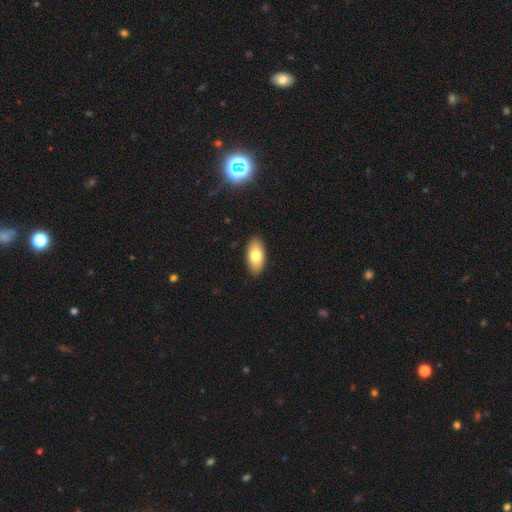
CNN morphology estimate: Q: Smooth or featured?
A: smooth (78%); runner-up: featured or disk (15%)
Q: How rounded?
A: in between (93%); runner-up: cigar-shaped (4%)
Q: Merging?
A: none (89%); runner-up: minor disturbance (8%)